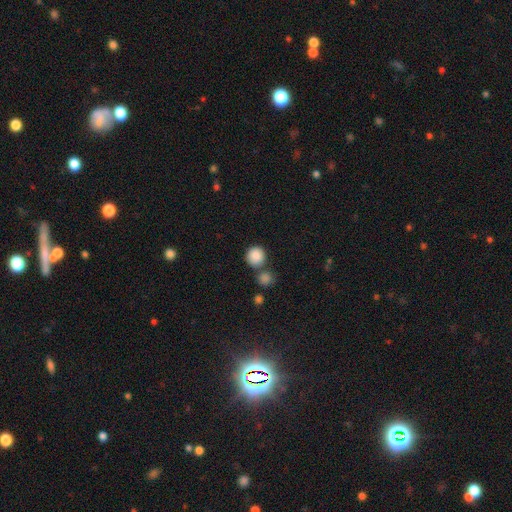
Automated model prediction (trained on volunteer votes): smooth_or_featured: smooth (p=0.87) [alt: star or artifact p=0.09]
how_rounded: round (p=0.91) [alt: in between p=0.08]
merging: none (p=0.67) [alt: merger p=0.20]